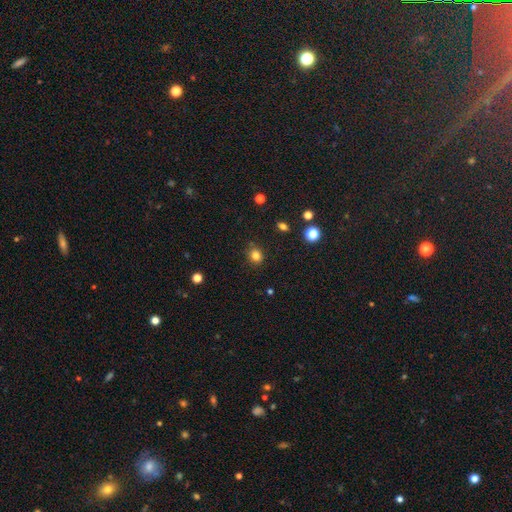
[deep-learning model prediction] Overall: smooth (81%). How rounded: round (73%). Merging: none (84%).